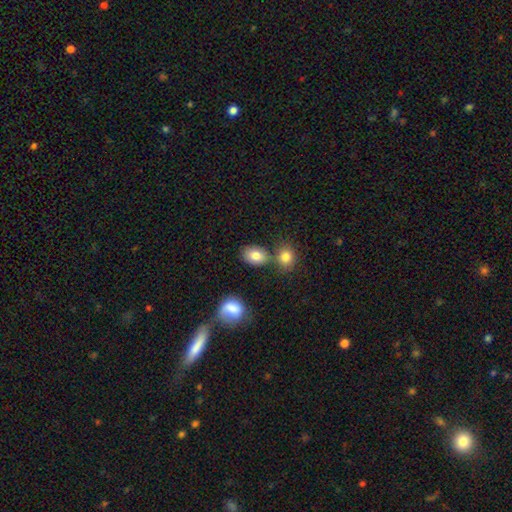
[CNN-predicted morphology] Smooth or featured?
  - smooth: 82% *
  - star or artifact: 9%
  - featured or disk: 9%
How rounded?
  - in between: 70% *
  - round: 28%
  - cigar-shaped: 1%
Merging?
  - none: 63% *
  - merger: 20%
  - minor disturbance: 13%
  - major disturbance: 4%